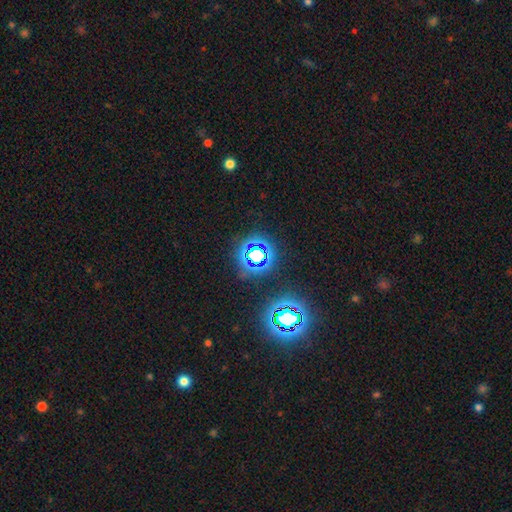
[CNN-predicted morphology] This is likely a star or artifact rather than a galaxy (65%).